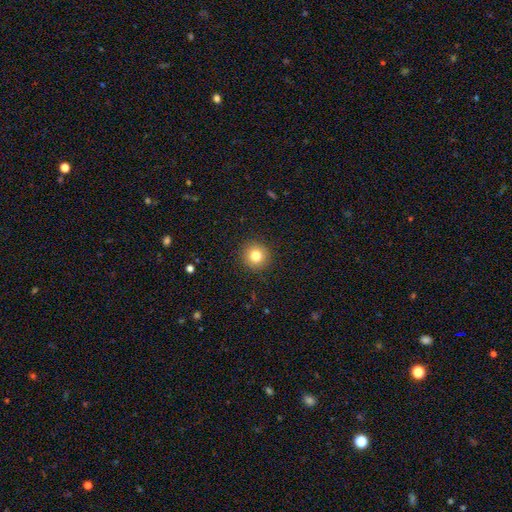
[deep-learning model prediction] Morphology: type=smooth (81%); roundness=round (95%); merging=none (92%).